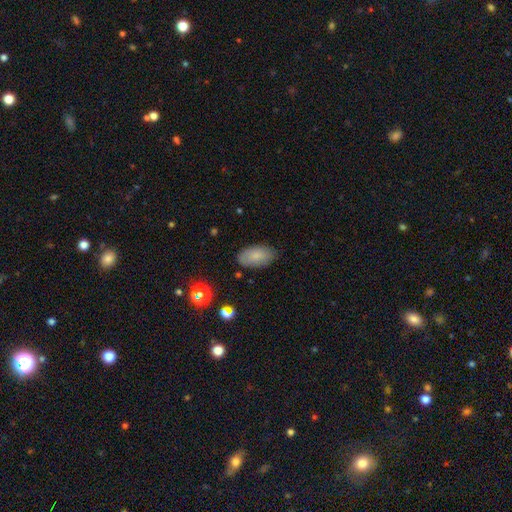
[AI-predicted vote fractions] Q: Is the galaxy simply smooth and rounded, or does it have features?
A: smooth — 80%.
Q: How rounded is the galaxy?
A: in between — 93%.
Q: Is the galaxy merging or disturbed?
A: none — 82%.